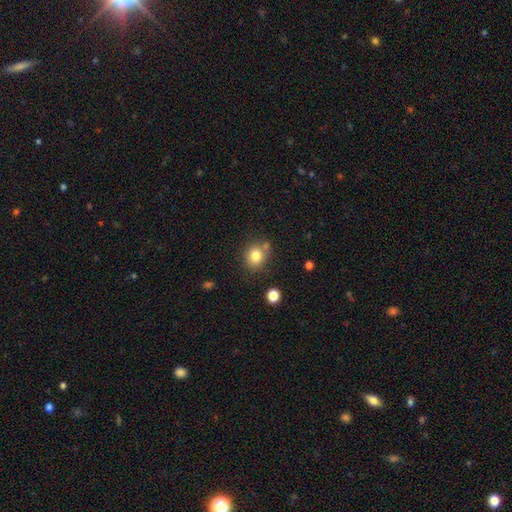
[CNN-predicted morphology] This appears to be a smooth galaxy with no disk features (80%) that is round (78%). Merging: none (71%).